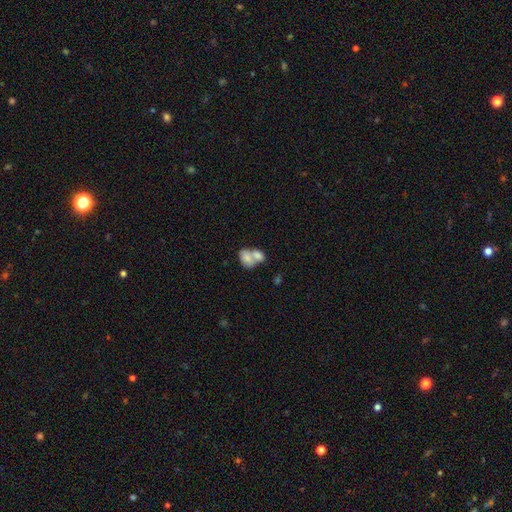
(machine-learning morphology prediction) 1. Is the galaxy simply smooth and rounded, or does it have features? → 74% smooth, 19% featured or disk, 7% star or artifact.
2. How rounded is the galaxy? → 79% in between, 19% round, 2% cigar-shaped.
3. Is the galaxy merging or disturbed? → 74% merger, 16% none, 6% minor disturbance, 4% major disturbance.